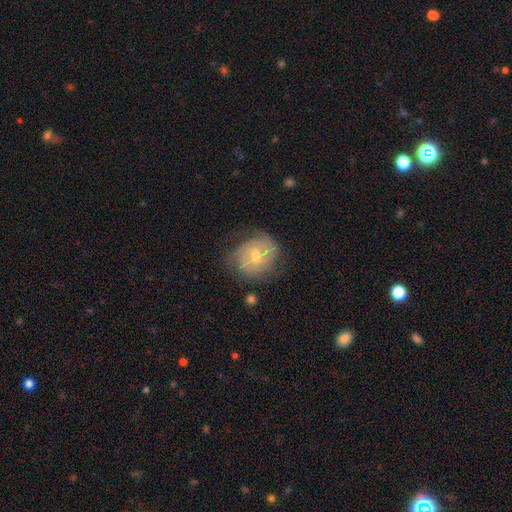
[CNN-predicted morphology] featured or disk 70%, smooth 22%, star or artifact 8%. Down the decision tree: edge-on disk — no (97%); bar — no (51%); spiral arms — yes (88%); spiral arm count — 2 (38%); spiral winding — tight (59%); bulge size — moderate (61%); merging — none (68%).